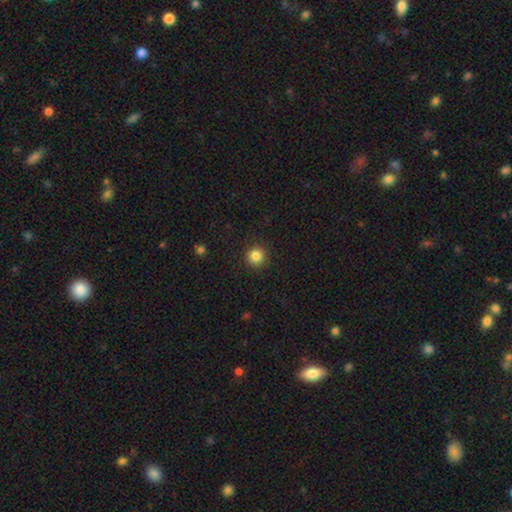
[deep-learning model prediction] Smooth or featured?
  - smooth: 85% *
  - star or artifact: 11%
  - featured or disk: 4%
How rounded?
  - round: 94% *
  - in between: 5%
  - cigar-shaped: 1%
Merging?
  - none: 91% *
  - minor disturbance: 6%
  - major disturbance: 2%
  - merger: 1%